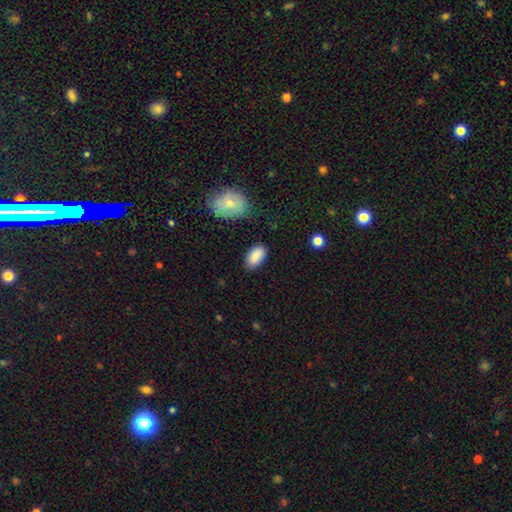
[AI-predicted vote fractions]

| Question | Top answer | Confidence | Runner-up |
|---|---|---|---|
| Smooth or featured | smooth | 88% | star or artifact (7%) |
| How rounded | in between | 94% | round (4%) |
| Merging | none | 78% | minor disturbance (17%) |